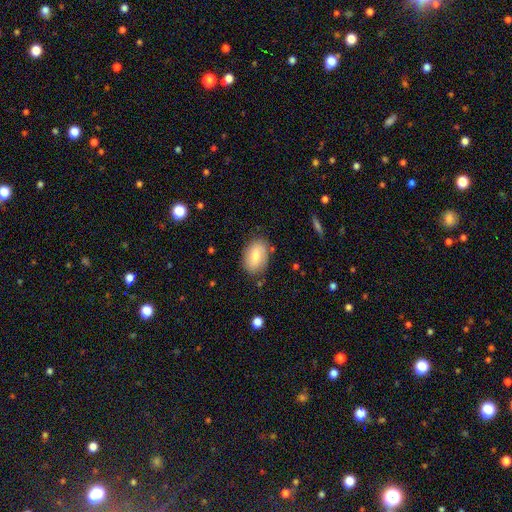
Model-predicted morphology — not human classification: smooth-or-featured: smooth: 73% | featured or disk: 20% | star or artifact: 7%
  how-rounded: in between: 85% | round: 14% | cigar-shaped: 2%
  merging: none: 79% | minor disturbance: 15% | major disturbance: 3% | merger: 2%